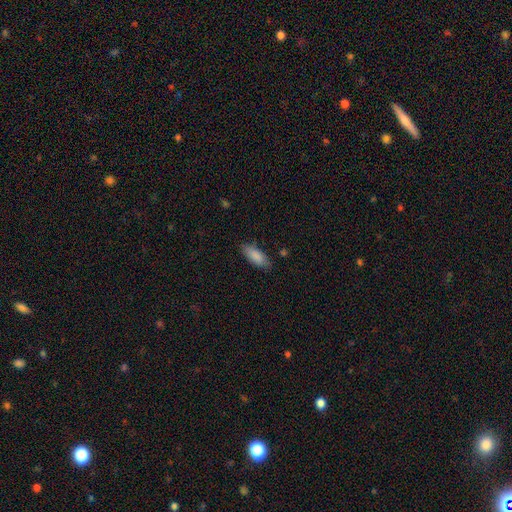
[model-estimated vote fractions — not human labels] smooth 87%, featured or disk 7%, star or artifact 6%. Down the decision tree: how rounded — in between (77%); merging — none (80%).